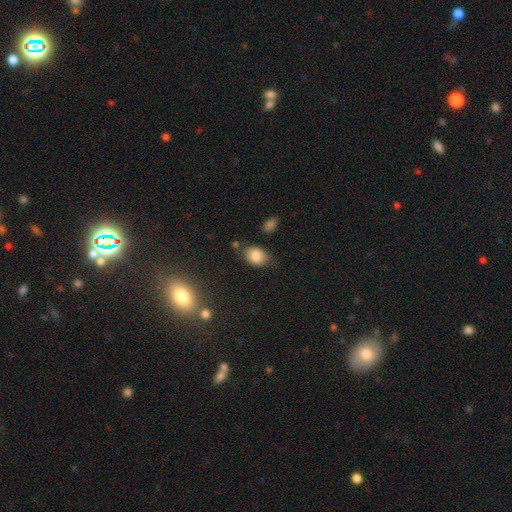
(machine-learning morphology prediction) The model was most divided on "merging": none: 68%, minor disturbance: 22%, major disturbance: 5%, merger: 5%. More confident: smooth or featured — smooth (84%); how rounded — in between (78%).